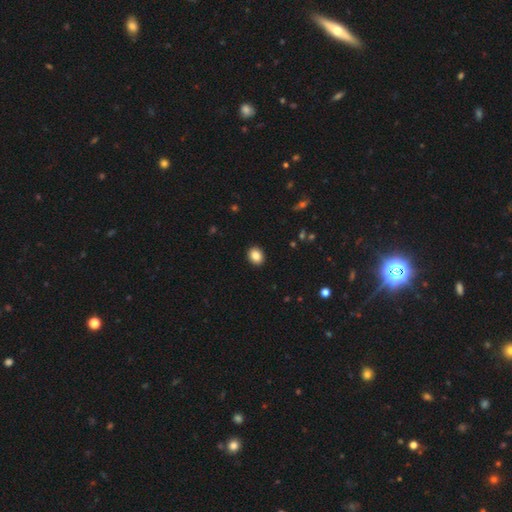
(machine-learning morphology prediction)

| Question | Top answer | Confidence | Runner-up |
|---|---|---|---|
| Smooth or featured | smooth | 85% | star or artifact (9%) |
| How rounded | round | 57% | in between (42%) |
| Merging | none | 92% | minor disturbance (5%) |